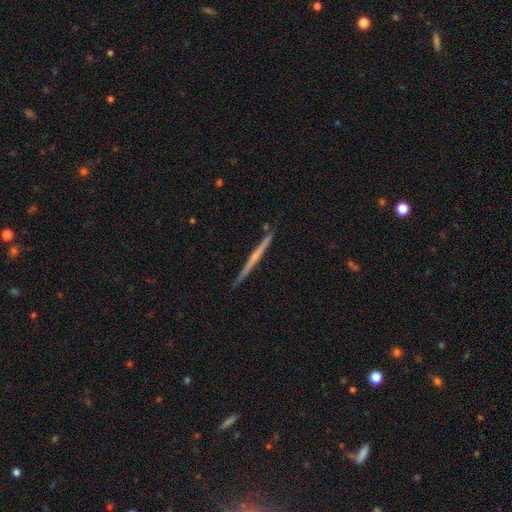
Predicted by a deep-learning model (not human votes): Q: Smooth or featured?
A: featured or disk (65%); runner-up: smooth (30%)
Q: Edge-on disk?
A: yes (98%); runner-up: no (2%)
Q: Edge-on bulge?
A: none (70%); runner-up: rounded (24%)
Q: Merging?
A: none (90%); runner-up: minor disturbance (8%)